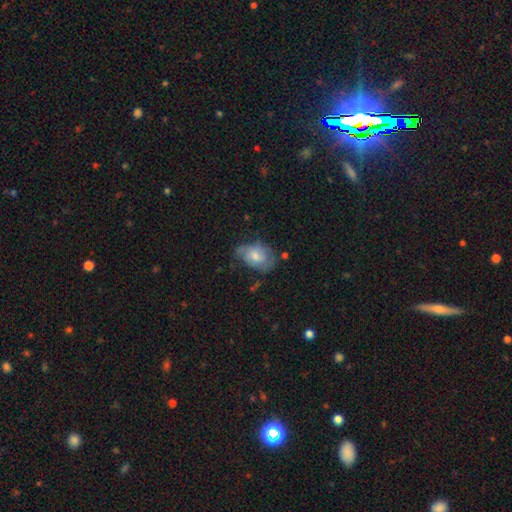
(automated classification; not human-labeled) Morphology: type=smooth (54%); roundness=in between (79%); merging=none (48%).